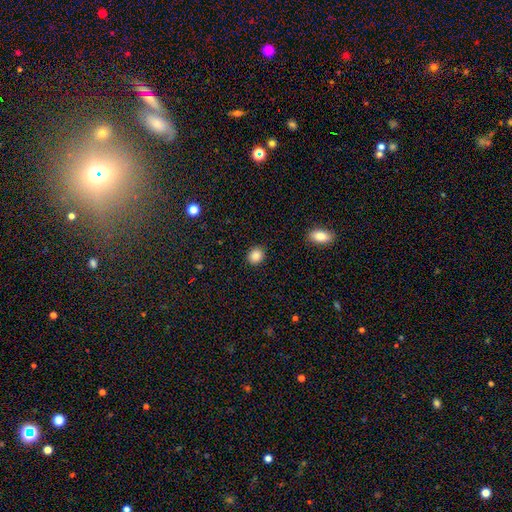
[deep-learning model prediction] Smooth or featured? smooth (87%)
How rounded? round (68%)
Merging? none (90%)